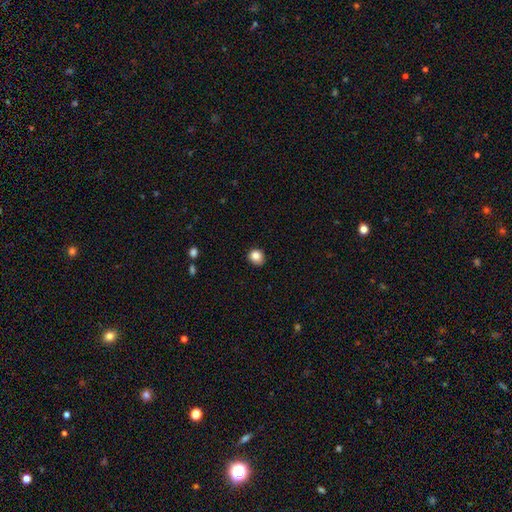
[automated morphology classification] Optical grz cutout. It shows a smooth galaxy with no disk features (85%) that is round (79%). Merging: none (85%).